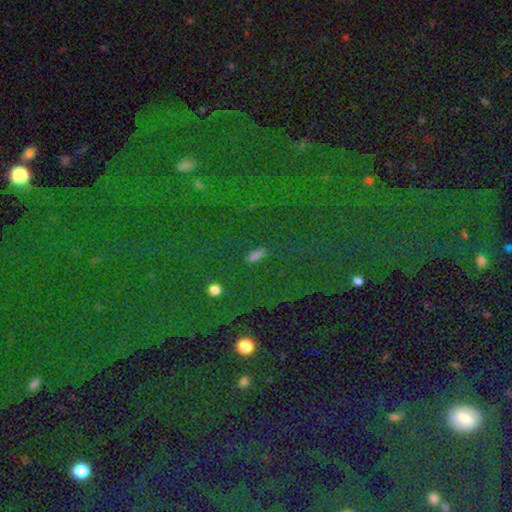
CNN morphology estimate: Overall: smooth (46%; star or artifact 42%). Merging: none (77%).